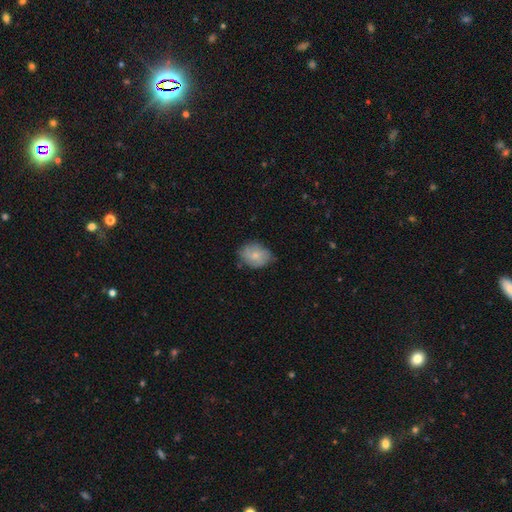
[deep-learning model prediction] Smooth or featured? smooth (69%)
How rounded? in between (65%)
Merging? none (68%)